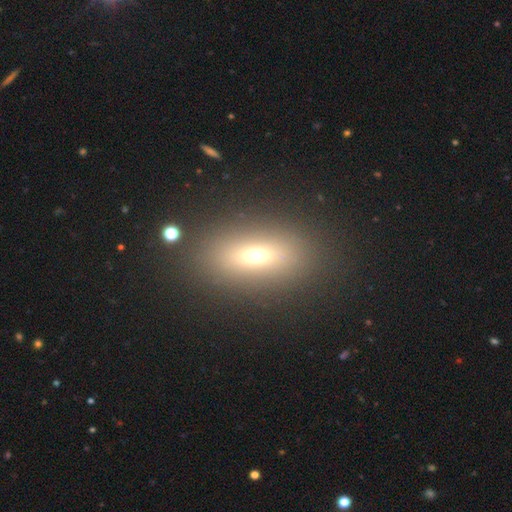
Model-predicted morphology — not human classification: type=smooth (57%); roundness=in between (70%); merging=none (85%).